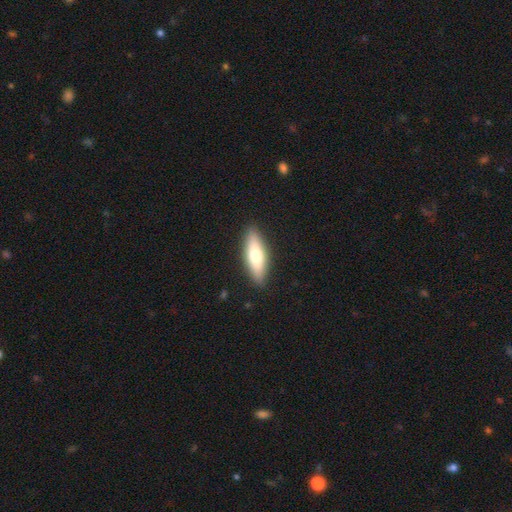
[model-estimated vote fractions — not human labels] This appears to be a smooth galaxy with no disk features (66%) that is cigar-shaped (50%). Merging: none (89%).